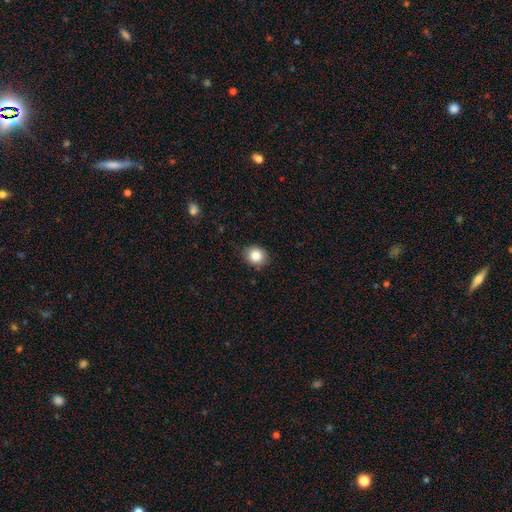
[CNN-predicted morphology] smooth-or-featured: smooth: 84% | star or artifact: 10% | featured or disk: 6%
  how-rounded: round: 71% | in between: 29% | cigar-shaped: 1%
  merging: none: 87% | minor disturbance: 10% | major disturbance: 2% | merger: 1%